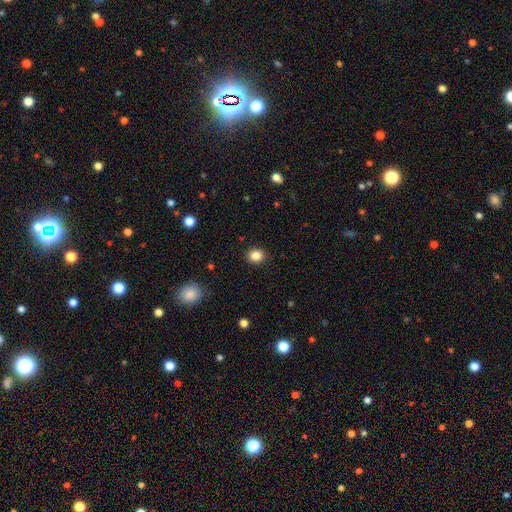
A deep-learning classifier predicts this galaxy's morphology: Q: Smooth or featured?
A: smooth (85%); runner-up: star or artifact (10%)
Q: How rounded?
A: round (68%); runner-up: in between (31%)
Q: Merging?
A: none (91%); runner-up: minor disturbance (6%)